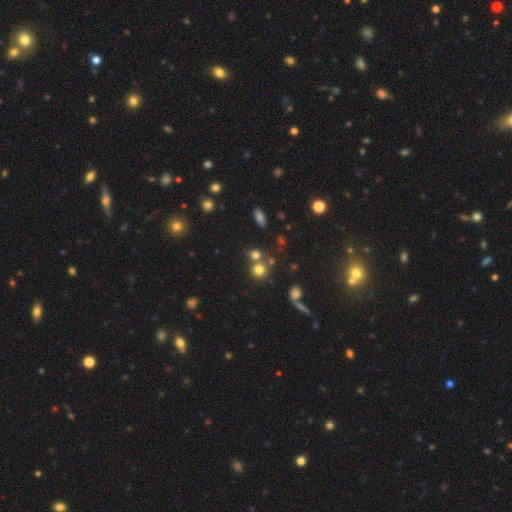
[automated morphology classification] smooth_or_featured: smooth (p=0.73) [alt: star or artifact p=0.18]
how_rounded: round (p=0.83) [alt: in between p=0.15]
merging: none (p=0.55) [alt: merger p=0.31]